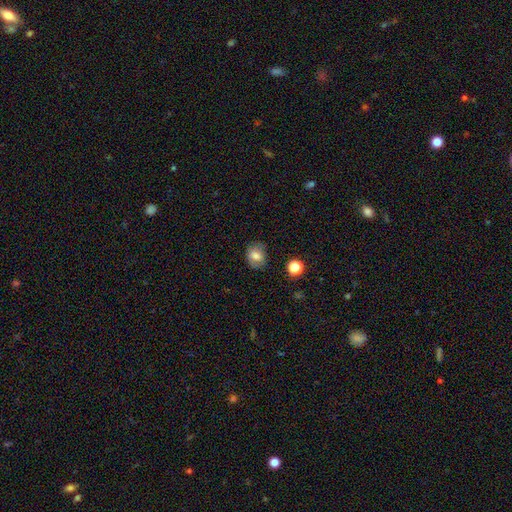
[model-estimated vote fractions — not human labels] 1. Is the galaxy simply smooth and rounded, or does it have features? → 75% smooth, 15% featured or disk, 11% star or artifact.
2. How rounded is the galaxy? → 50% round, 49% in between, 1% cigar-shaped.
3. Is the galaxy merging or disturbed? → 75% none, 18% minor disturbance, 5% major disturbance, 2% merger.